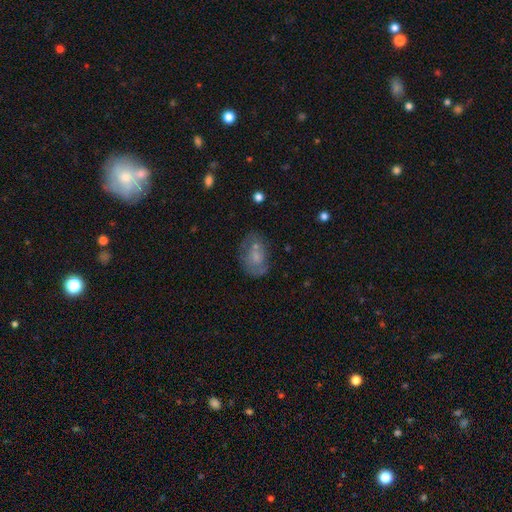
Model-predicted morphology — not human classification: This is possibly a smooth galaxy (47%). Merging: possibly none (48%).